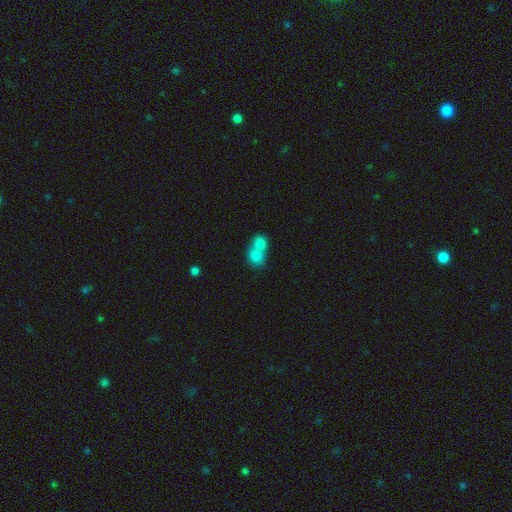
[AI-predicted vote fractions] The model was most divided on "how rounded": round: 57%, in between: 42%, cigar-shaped: 1%. More confident: smooth or featured — smooth (81%); merging — merger (71%).